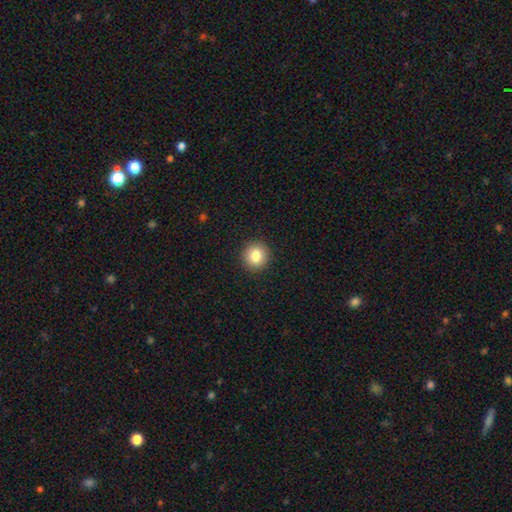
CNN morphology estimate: smooth 83%, star or artifact 10%, featured or disk 7%. Down the decision tree: how rounded — round (92%); merging — none (92%).